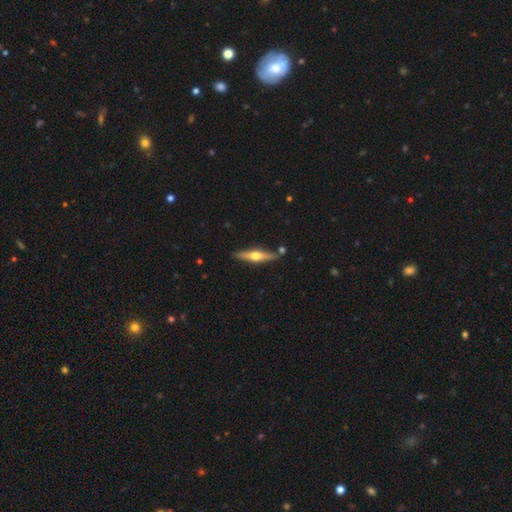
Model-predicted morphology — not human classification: A featured or disk galaxy (62%) viewed edge-on (95%) with a rounded central bulge (94%). Merging: none (83%).